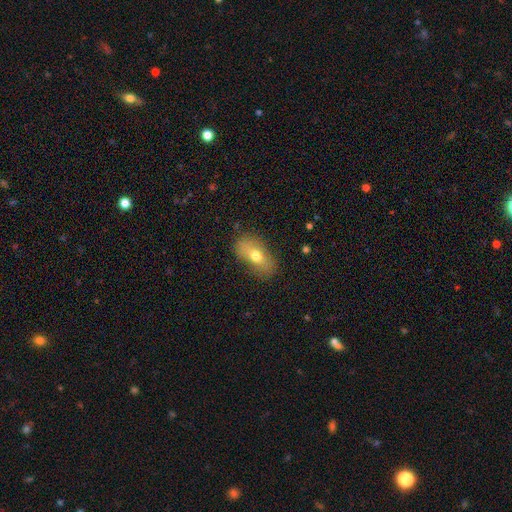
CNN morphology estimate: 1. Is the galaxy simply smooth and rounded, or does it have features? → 65% smooth, 26% featured or disk, 9% star or artifact.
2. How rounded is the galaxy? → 84% in between, 9% round, 7% cigar-shaped.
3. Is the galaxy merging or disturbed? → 75% none, 17% minor disturbance, 6% major disturbance, 2% merger.